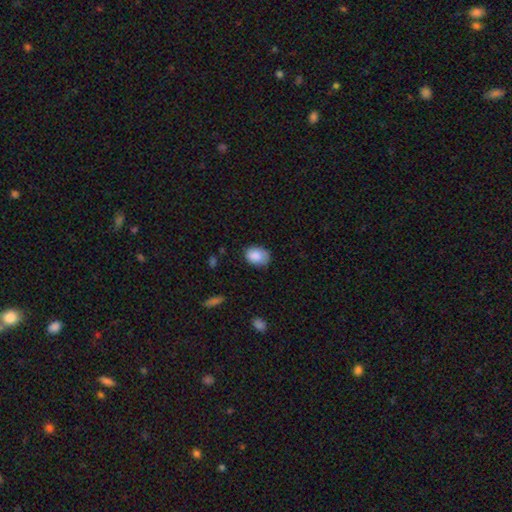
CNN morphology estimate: smooth 87%, star or artifact 7%, featured or disk 6%. Down the decision tree: how rounded — in between (74%); merging — none (69%).